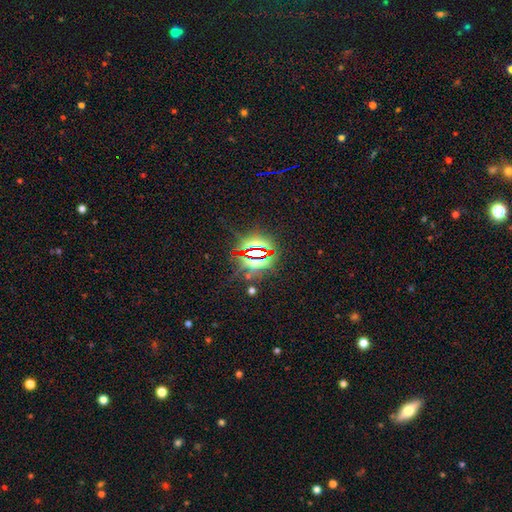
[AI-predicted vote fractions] The model was most divided on "smooth or featured": star or artifact: 79%, smooth: 12%, featured or disk: 9%.